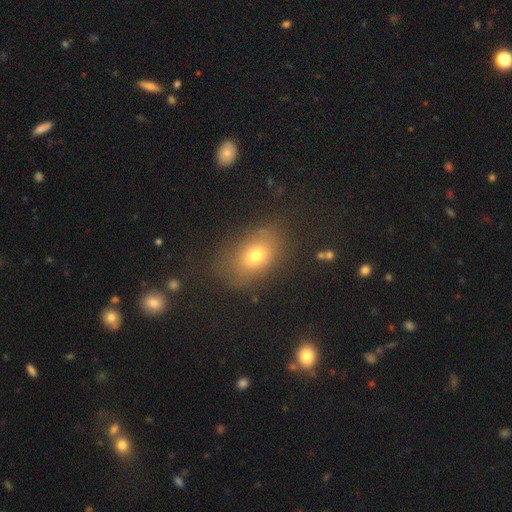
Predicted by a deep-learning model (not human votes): Smooth or featured?
  - smooth: 72% *
  - featured or disk: 14%
  - star or artifact: 14%
How rounded?
  - in between: 77% *
  - round: 21%
  - cigar-shaped: 2%
Merging?
  - none: 75% *
  - minor disturbance: 16%
  - major disturbance: 7%
  - merger: 2%